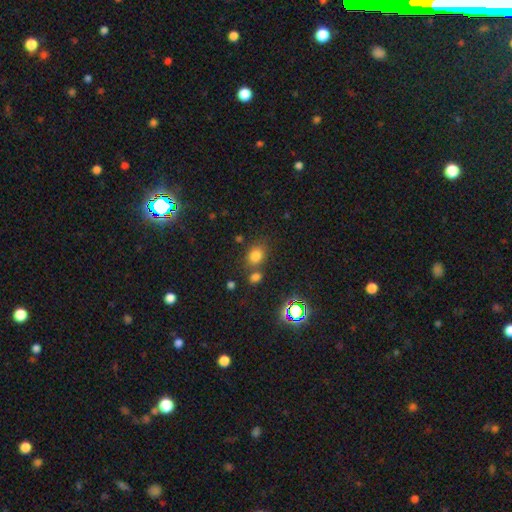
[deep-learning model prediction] This is likely a smooth galaxy (74%). How rounded: possibly in between (52%). Merging: likely none (64%).